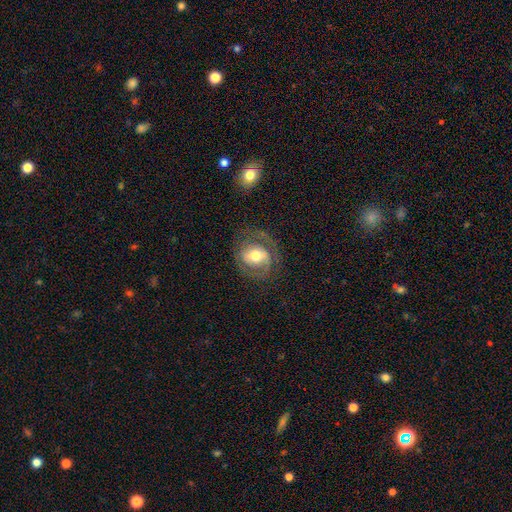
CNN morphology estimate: Smooth or featured? featured or disk (67%)
Edge-on disk? no (96%)
Bar? weak (39%, tied with no)
Spiral arms? yes (77%)
Bulge size? moderate (67%)
Merging? none (68%)